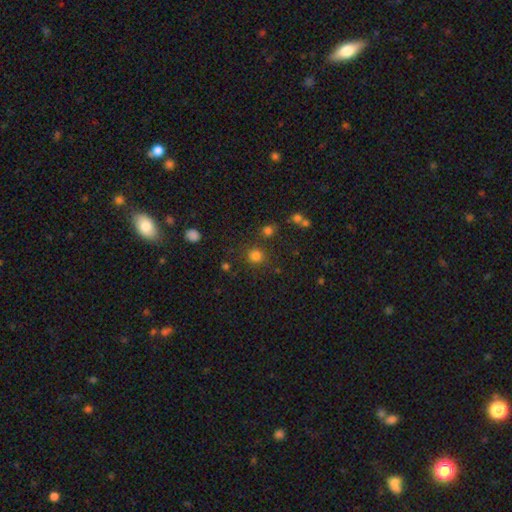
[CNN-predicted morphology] Smooth or featured?
  - smooth: 78% *
  - star or artifact: 17%
  - featured or disk: 5%
How rounded?
  - round: 90% *
  - in between: 9%
  - cigar-shaped: 1%
Merging?
  - none: 79% *
  - minor disturbance: 9%
  - merger: 8%
  - major disturbance: 4%